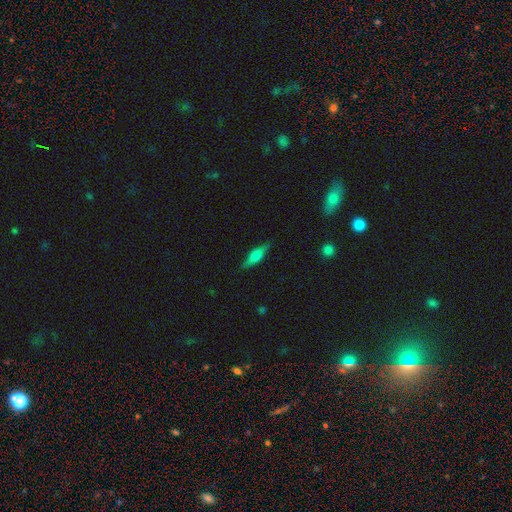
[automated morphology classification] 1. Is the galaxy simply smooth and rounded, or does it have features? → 50% smooth, 42% featured or disk, 7% star or artifact.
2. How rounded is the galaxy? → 58% cigar-shaped, 38% in between, 3% round.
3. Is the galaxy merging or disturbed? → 83% none, 13% minor disturbance, 3% major disturbance, 1% merger.